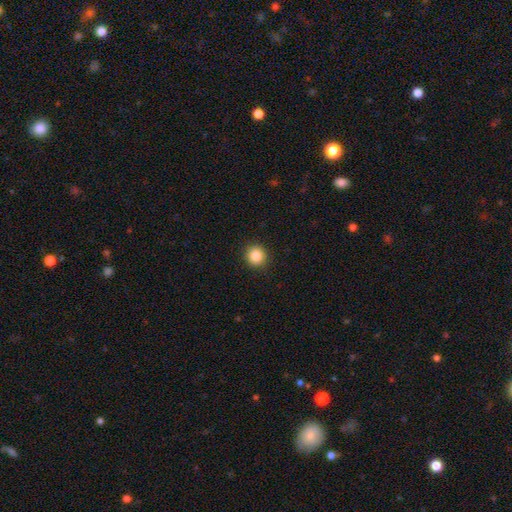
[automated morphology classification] type=smooth (86%); roundness=round (90%); merging=none (92%).